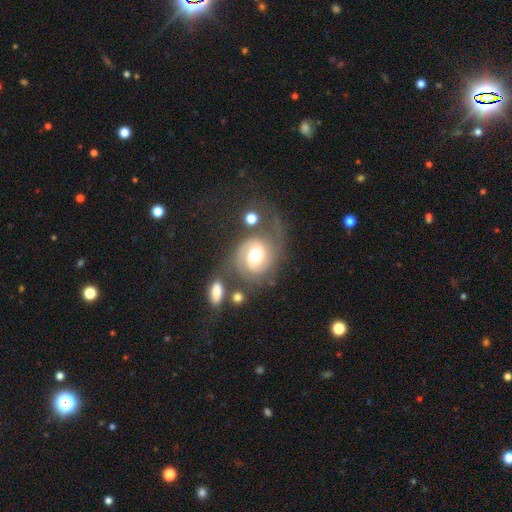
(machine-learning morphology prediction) This appears to be a featured or disk galaxy (83%) with no bar (56%), 2 (79%) tight (49%) spiral arms (96%) and a moderate central bulge (68%). Merging: none (48%).